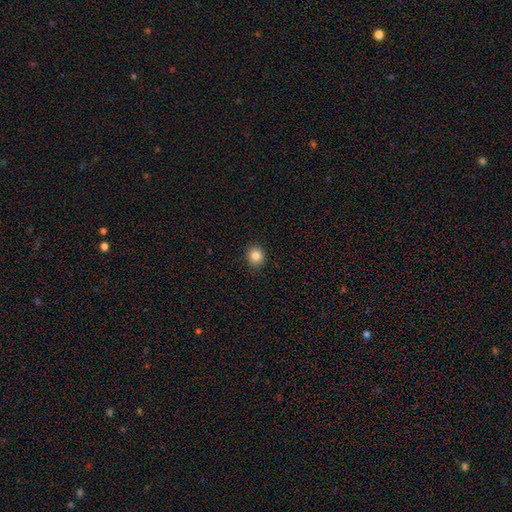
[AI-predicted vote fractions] This appears to be a smooth galaxy with no disk features (84%) that is round (80%). Merging: none (90%).